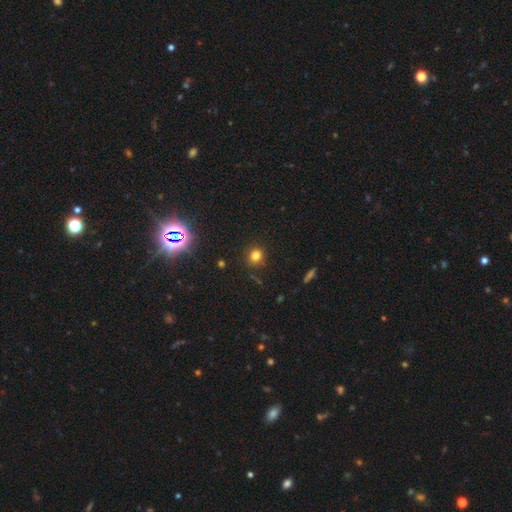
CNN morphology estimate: Smooth or featured? Predicted: smooth (p=0.77). How rounded? Predicted: round (p=0.78). Merging? Predicted: none (p=0.86).